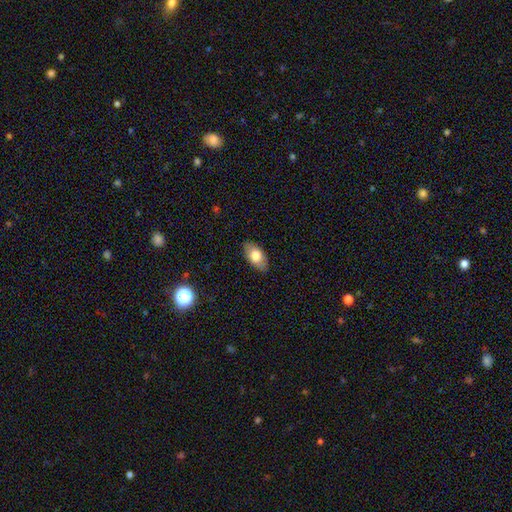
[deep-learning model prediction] Overall: smooth (75%). How rounded: in between (92%). Merging: none (86%).